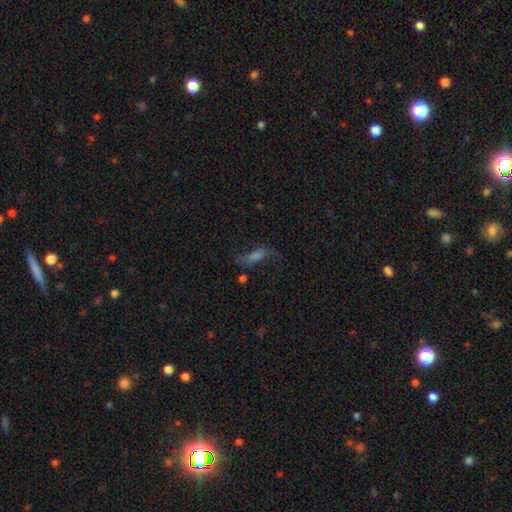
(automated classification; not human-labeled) A featured or disk galaxy (47%). Merging: none (61%).